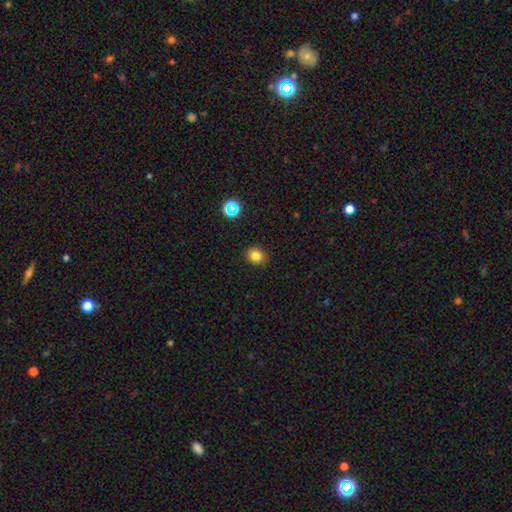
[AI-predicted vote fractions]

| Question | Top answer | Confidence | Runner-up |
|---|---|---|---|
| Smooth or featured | smooth | 81% | star or artifact (13%) |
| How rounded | round | 61% | in between (38%) |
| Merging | none | 89% | minor disturbance (7%) |